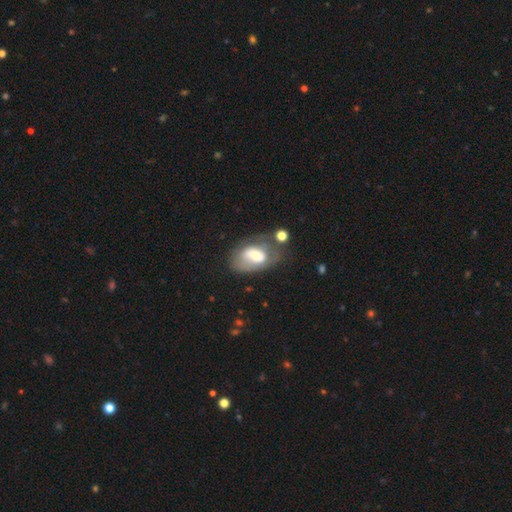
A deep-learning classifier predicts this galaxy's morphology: type=featured or disk (46%, tied with smooth); merging=none (41%).